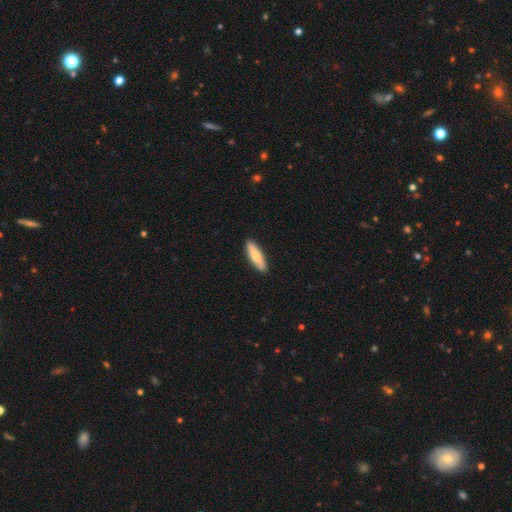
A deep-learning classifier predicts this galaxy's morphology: type=smooth (73%); roundness=cigar-shaped (64%); merging=none (90%).